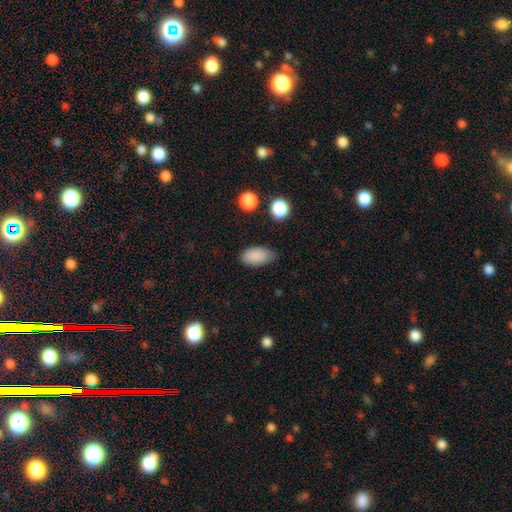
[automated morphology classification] Q: Smooth or featured?
A: smooth (87%); runner-up: star or artifact (8%)
Q: How rounded?
A: in between (93%); runner-up: round (5%)
Q: Merging?
A: none (67%); runner-up: minor disturbance (26%)